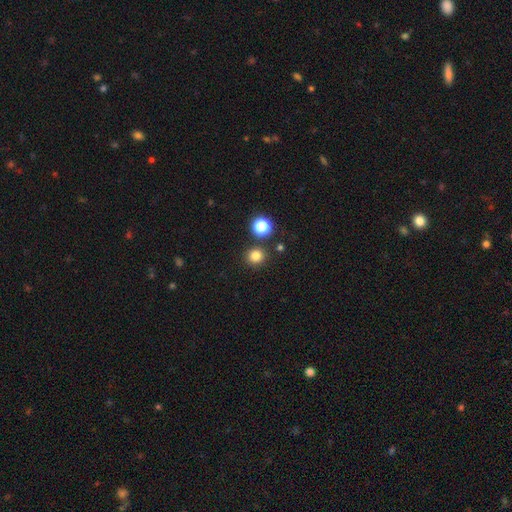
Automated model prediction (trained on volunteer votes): This appears to be a smooth galaxy with no disk features (80%) that is round (90%). Merging: none (86%).